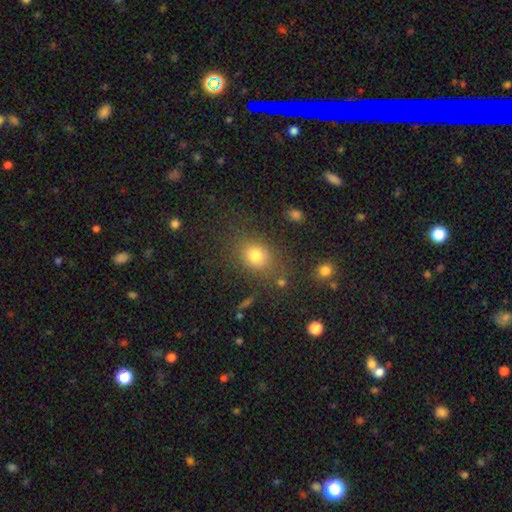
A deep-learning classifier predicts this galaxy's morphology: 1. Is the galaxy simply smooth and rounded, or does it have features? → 76% smooth, 15% star or artifact, 9% featured or disk.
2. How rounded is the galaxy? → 54% round, 45% in between, 2% cigar-shaped.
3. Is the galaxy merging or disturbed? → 75% none, 13% minor disturbance, 7% major disturbance, 5% merger.